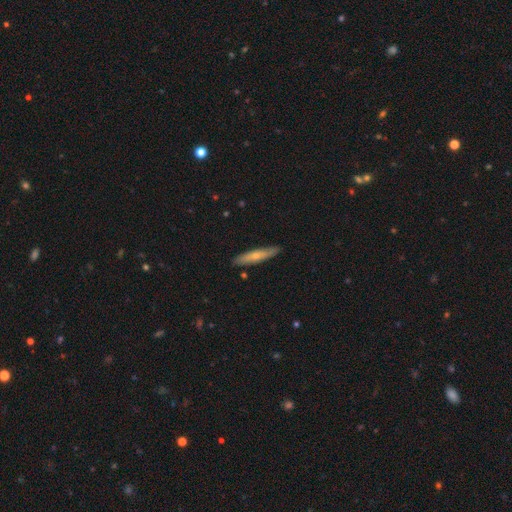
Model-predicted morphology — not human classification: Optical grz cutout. It shows a smooth galaxy with no disk features (54%) that is cigar-shaped (89%). Merging: none (86%).